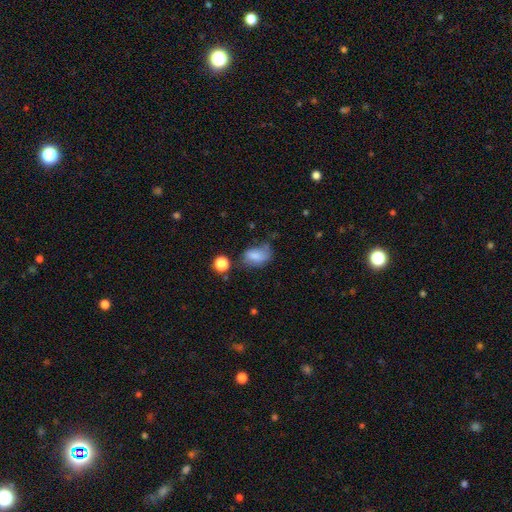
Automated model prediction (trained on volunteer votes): A smooth galaxy with no disk features (72%) that is in between round and cigar-shaped (84%). Merging: none (47%).